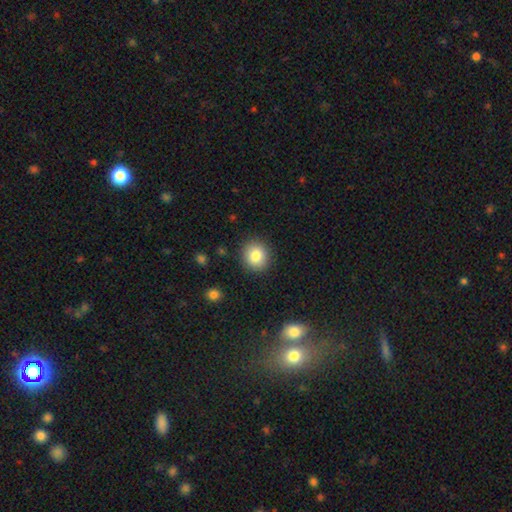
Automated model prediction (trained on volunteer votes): Smooth or featured? Predicted: smooth (p=0.82). How rounded? Predicted: round (p=0.85). Merging? Predicted: none (p=0.89).